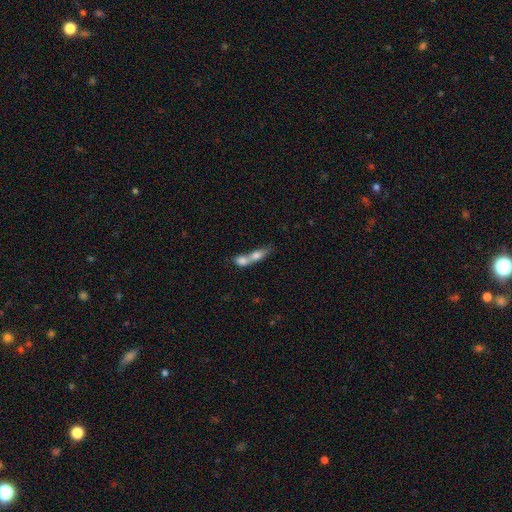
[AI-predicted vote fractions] Morphology: type=smooth (69%); roundness=in between (60%); merging=merger (78%).